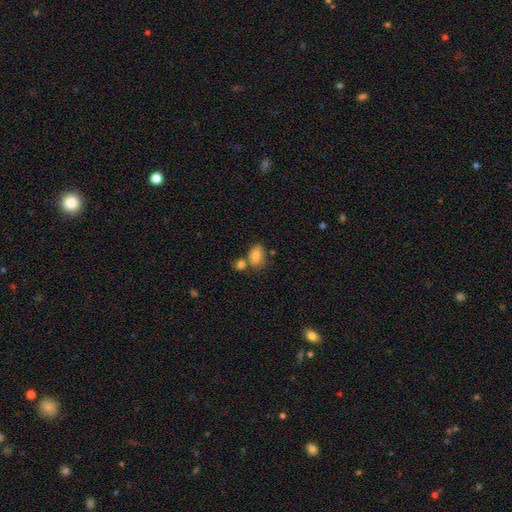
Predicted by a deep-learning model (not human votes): Smooth or featured? Predicted: smooth (p=0.82). How rounded? Predicted: in between (p=0.82). Merging? Predicted: none (p=0.54).